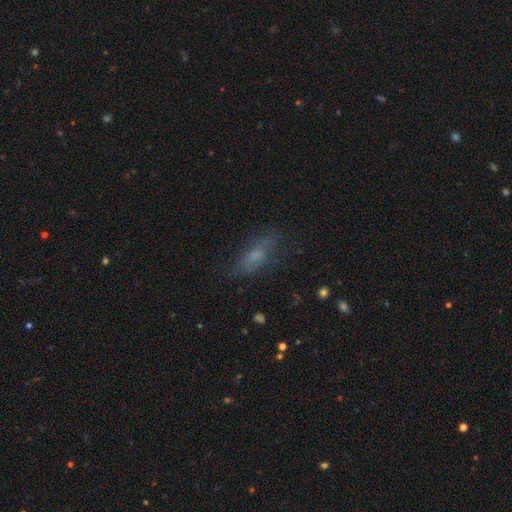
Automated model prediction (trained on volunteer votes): Morphology: type=smooth (57%); roundness=in between (68%); merging=none (62%).